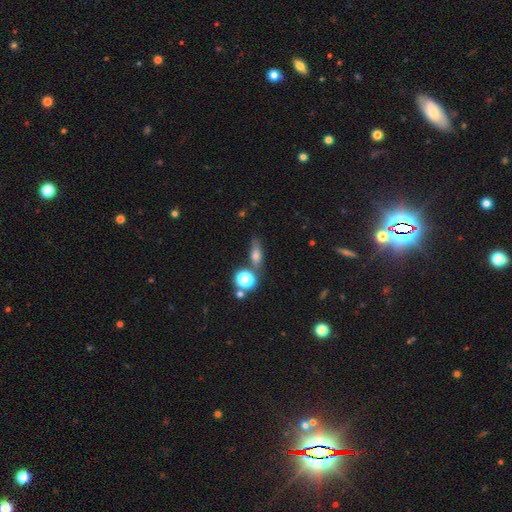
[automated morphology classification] smooth 63%, featured or disk 19%, star or artifact 18%. Down the decision tree: how rounded — in between (49%); merging — none (65%).